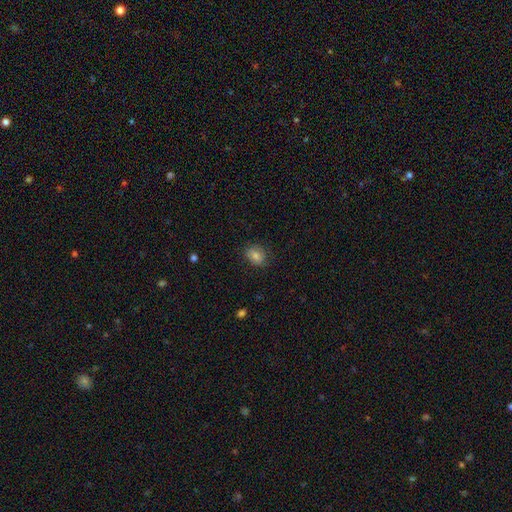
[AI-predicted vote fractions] Q: Smooth or featured?
A: smooth (77%); runner-up: featured or disk (12%)
Q: How rounded?
A: in between (58%); runner-up: round (41%)
Q: Merging?
A: none (78%); runner-up: minor disturbance (16%)